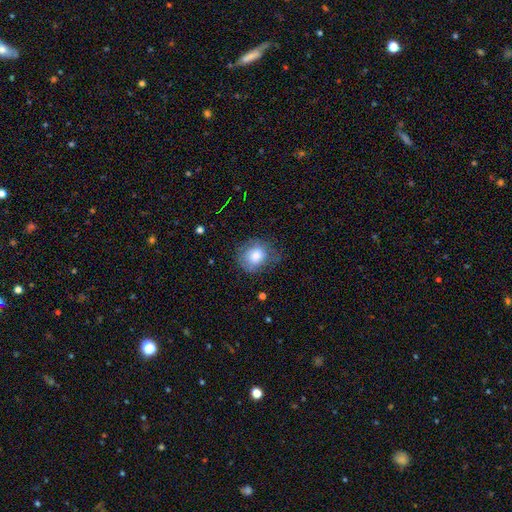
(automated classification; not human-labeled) Smooth or featured? Predicted: smooth (p=0.77). How rounded? Predicted: round (p=0.74). Merging? Predicted: none (p=0.57).